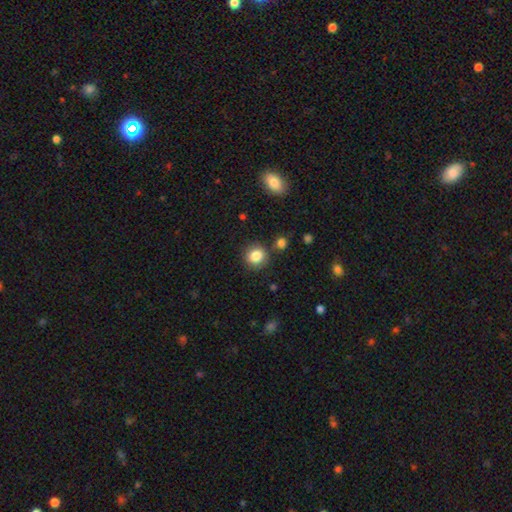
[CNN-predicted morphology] This is clearly a smooth galaxy (85%). How rounded: clearly round (87%). Merging: clearly none (83%).